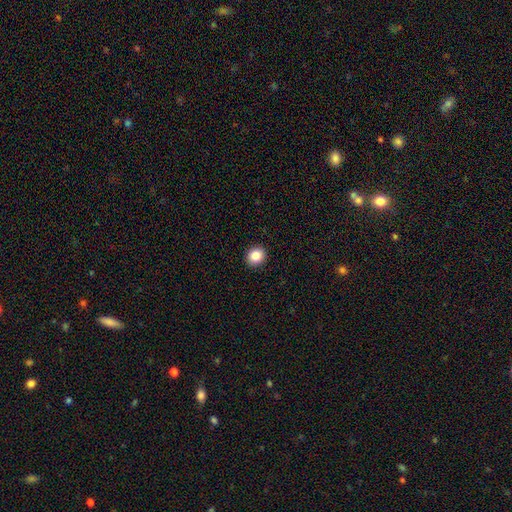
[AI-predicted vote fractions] smooth_or_featured: smooth (p=0.86) [alt: star or artifact p=0.09]
how_rounded: round (p=0.76) [alt: in between p=0.24]
merging: none (p=0.92) [alt: minor disturbance p=0.05]